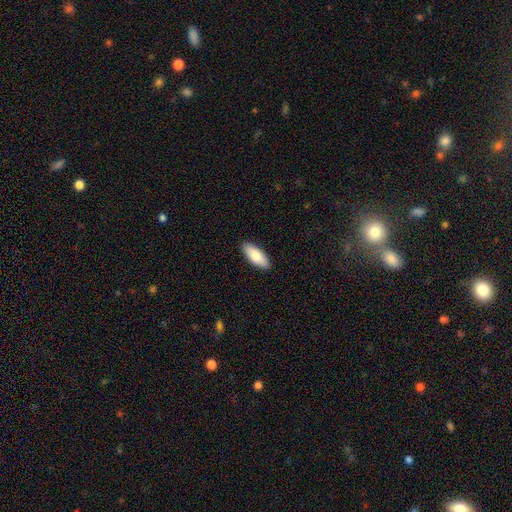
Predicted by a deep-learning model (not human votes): Smooth or featured: smooth — 81% (featured or disk — 14%)
How rounded: in between — 78% (cigar-shaped — 20%)
Merging: none — 90% (minor disturbance — 7%)